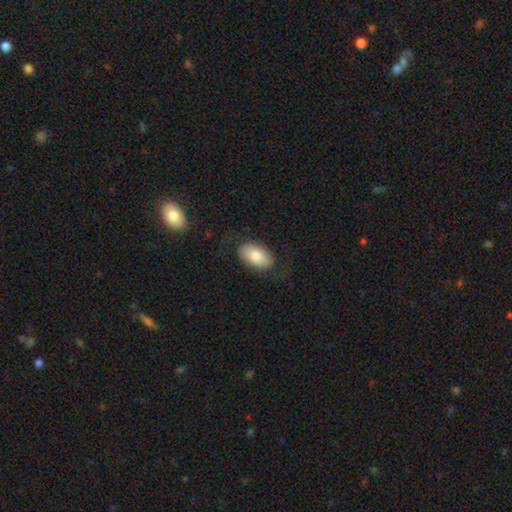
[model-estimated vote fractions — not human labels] A smooth galaxy with no disk features (78%) that is in between round and cigar-shaped (93%). Merging: none (78%).